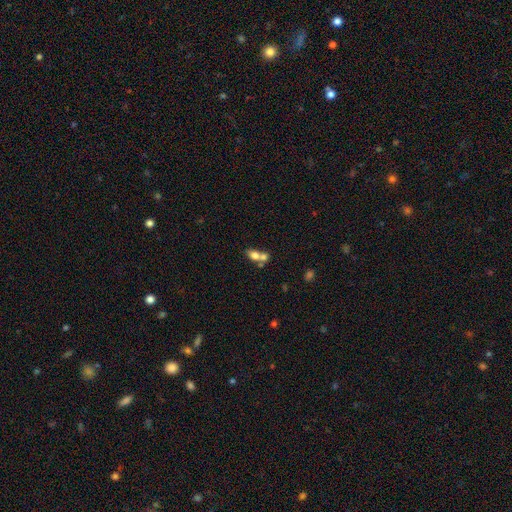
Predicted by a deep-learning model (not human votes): smooth-or-featured: smooth: 72% | featured or disk: 18% | star or artifact: 10%
  how-rounded: in between: 70% | round: 26% | cigar-shaped: 4%
  merging: merger: 62% | none: 26% | minor disturbance: 7% | major disturbance: 4%